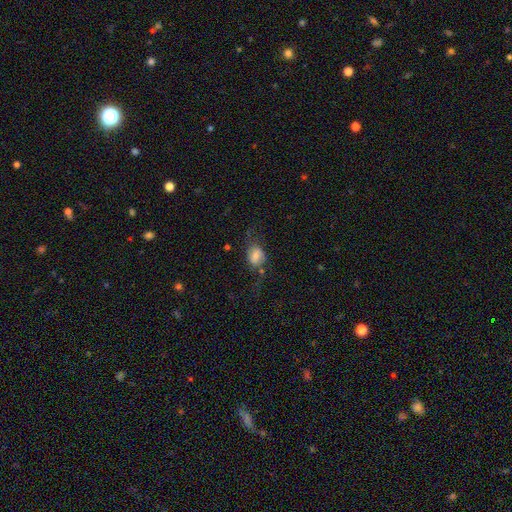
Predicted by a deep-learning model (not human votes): The model was most divided on "how rounded": in between: 56%, round: 42%, cigar-shaped: 2%. Remaining: smooth or featured — smooth (62%); merging — none (45%).